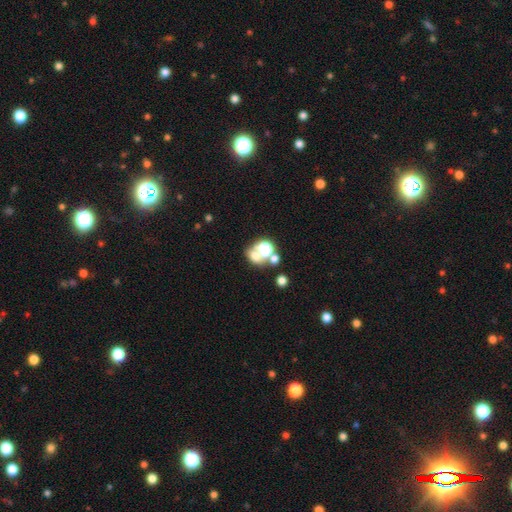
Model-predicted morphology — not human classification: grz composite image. It shows a smooth galaxy with no disk features (54%) that is round (58%). Merging: none (44%).